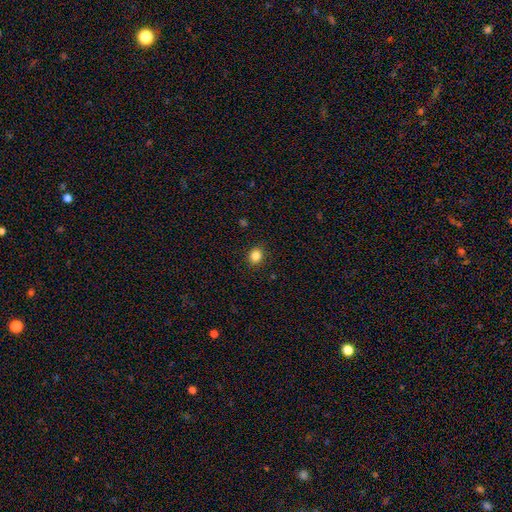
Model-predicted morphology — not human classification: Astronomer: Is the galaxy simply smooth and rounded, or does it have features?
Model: smooth — 84%.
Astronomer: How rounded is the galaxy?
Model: round — 71%.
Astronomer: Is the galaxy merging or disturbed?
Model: none — 90%.